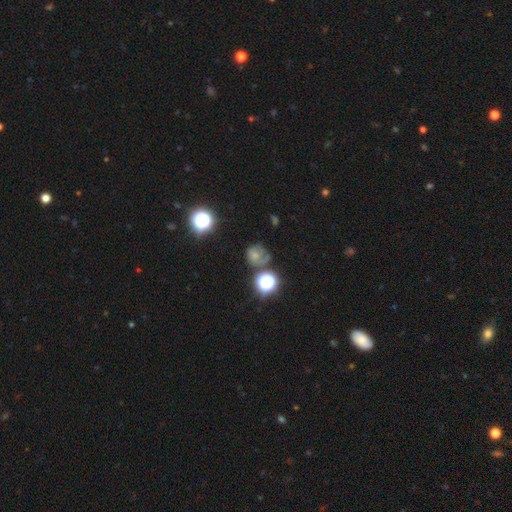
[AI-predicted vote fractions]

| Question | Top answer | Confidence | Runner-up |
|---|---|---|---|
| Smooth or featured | smooth | 50% | featured or disk (26%) |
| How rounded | round | 79% | in between (20%) |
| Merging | none | 49% | minor disturbance (23%) |